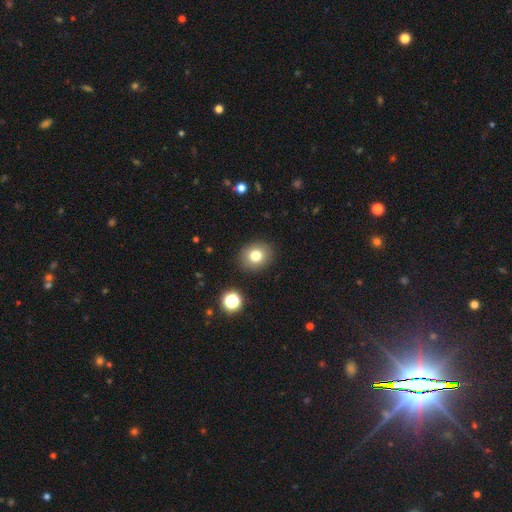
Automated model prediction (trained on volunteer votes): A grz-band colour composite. It shows a smooth galaxy with no disk features (78%) that is round (64%). Merging: none (89%).